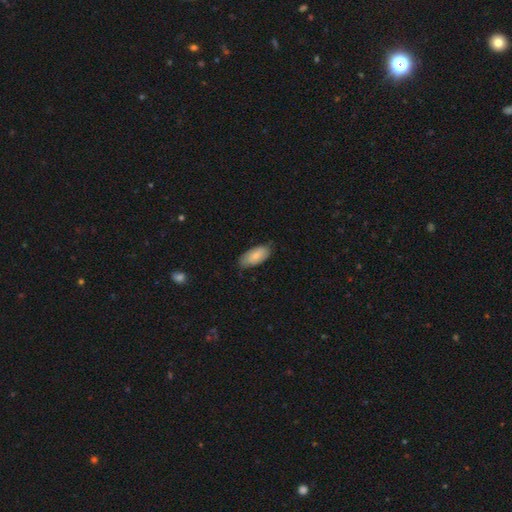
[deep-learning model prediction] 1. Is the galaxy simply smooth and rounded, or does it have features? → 77% smooth, 17% featured or disk, 6% star or artifact.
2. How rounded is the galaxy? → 91% in between, 7% cigar-shaped, 2% round.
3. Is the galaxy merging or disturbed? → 75% none, 21% minor disturbance, 3% major disturbance, 1% merger.